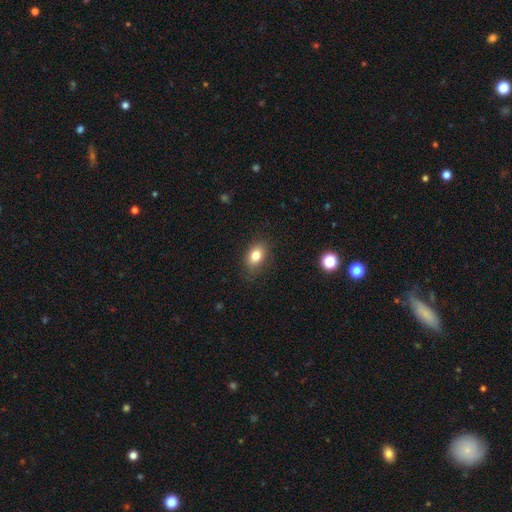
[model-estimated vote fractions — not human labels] This appears to be a smooth galaxy with no disk features (81%) that is in between round and cigar-shaped (82%). Merging: none (83%).